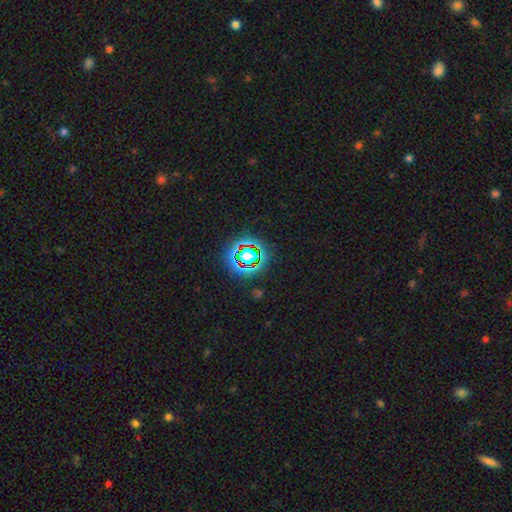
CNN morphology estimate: Smooth or featured? star or artifact (74%)